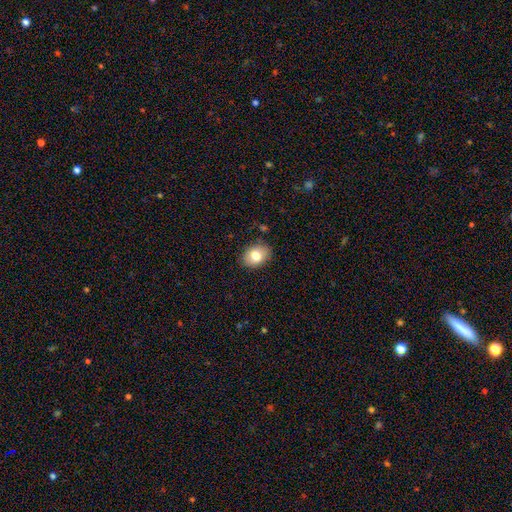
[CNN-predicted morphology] A smooth galaxy with no disk features (79%) that is in between round and cigar-shaped (72%). Merging: none (86%).